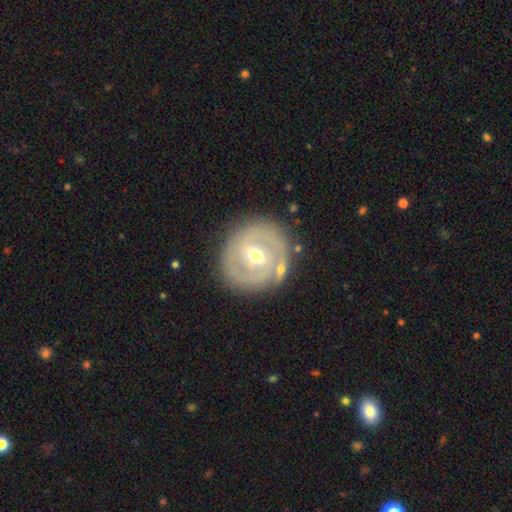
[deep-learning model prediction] A featured or disk galaxy (77%) with a weak bar (54%), 2 (62%) tight (61%) spiral arms (80%) and a moderate central bulge (67%). Merging: none (79%).